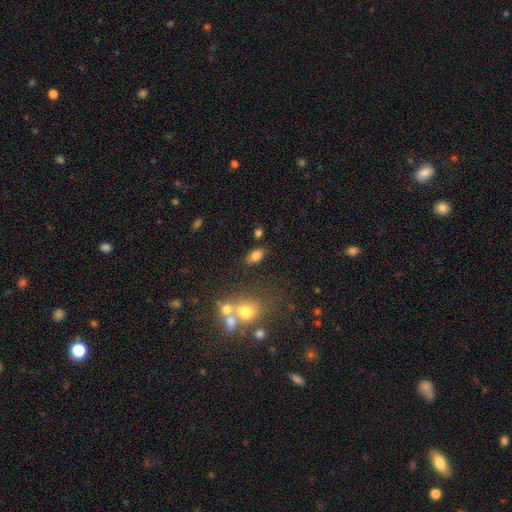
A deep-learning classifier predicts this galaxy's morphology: This is likely a smooth galaxy (79%). How rounded: clearly in between (89%). Merging: likely none (77%).